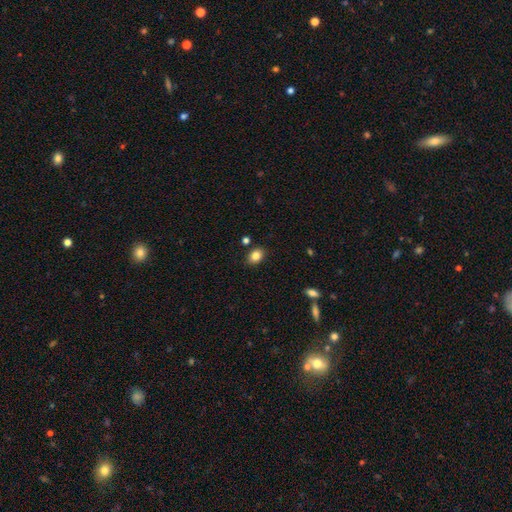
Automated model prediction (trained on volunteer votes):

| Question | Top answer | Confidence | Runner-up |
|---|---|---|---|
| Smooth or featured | smooth | 84% | star or artifact (10%) |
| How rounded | in between | 70% | round (29%) |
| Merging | none | 85% | minor disturbance (10%) |